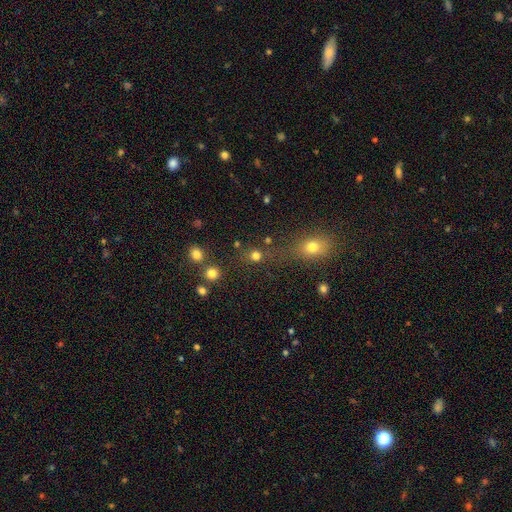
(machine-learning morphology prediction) The model was most divided on "merging": none: 69%, merger: 16%, minor disturbance: 9%, major disturbance: 6%. More confident: how rounded — round (88%); smooth or featured — smooth (76%).